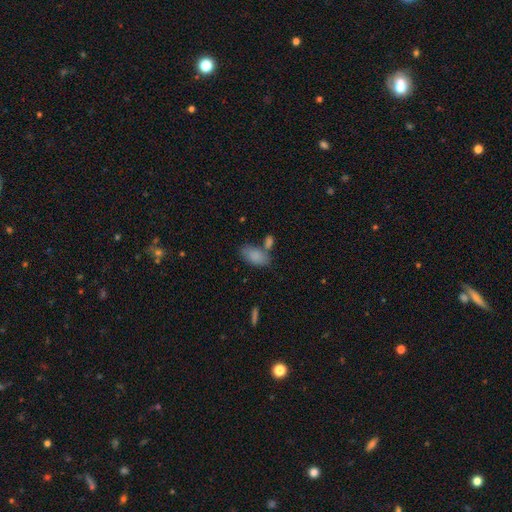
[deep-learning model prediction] smooth-or-featured: smooth: 85% | featured or disk: 8% | star or artifact: 7%
  how-rounded: in between: 93% | round: 4% | cigar-shaped: 3%
  merging: none: 52% | merger: 25% | minor disturbance: 17% | major disturbance: 6%